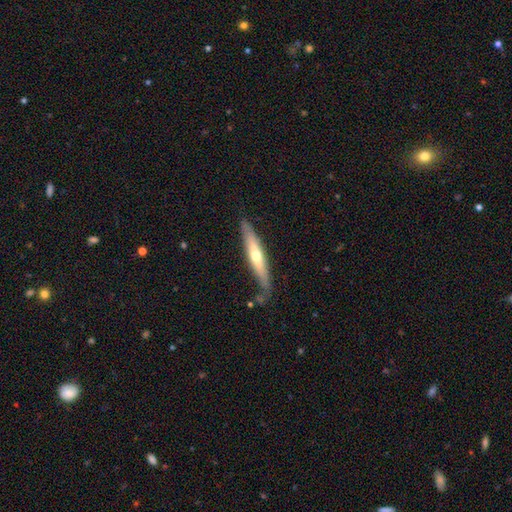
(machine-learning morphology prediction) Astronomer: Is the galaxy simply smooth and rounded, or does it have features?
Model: featured or disk — 55% (runner-up: smooth, 40%).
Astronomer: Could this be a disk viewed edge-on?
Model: yes — 87%.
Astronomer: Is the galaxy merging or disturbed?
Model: none — 77%.